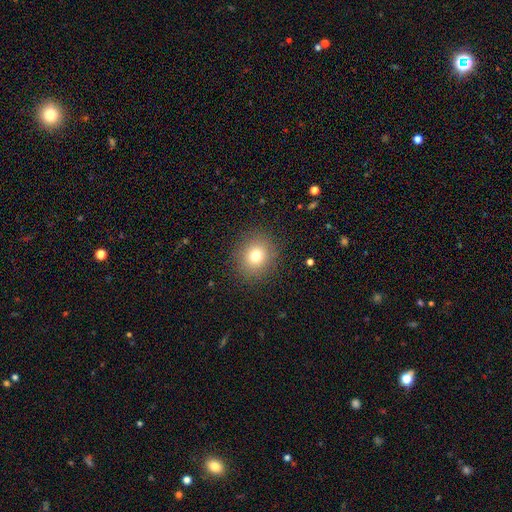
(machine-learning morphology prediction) type=smooth (76%); roundness=round (84%); merging=none (89%).